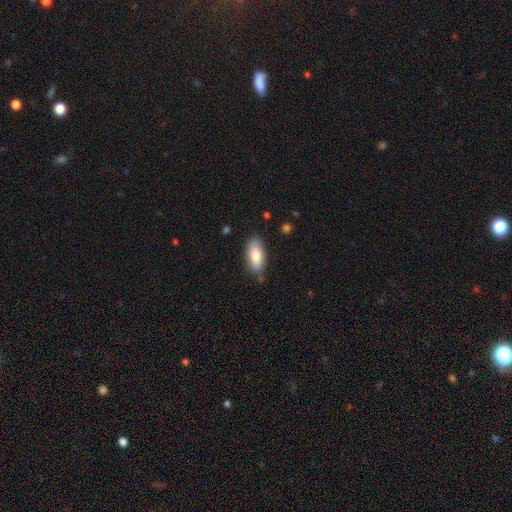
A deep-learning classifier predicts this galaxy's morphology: type=smooth (84%); roundness=in between (89%); merging=none (79%).